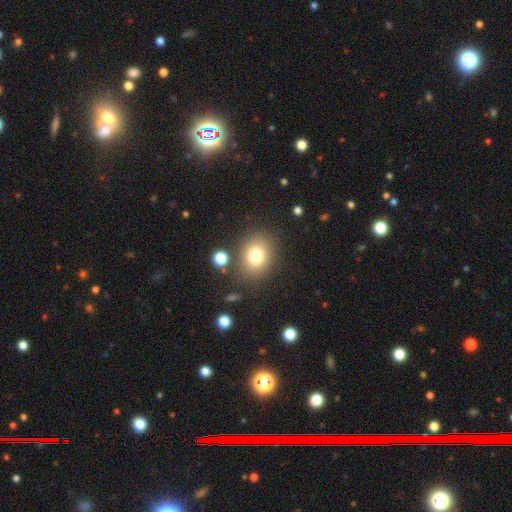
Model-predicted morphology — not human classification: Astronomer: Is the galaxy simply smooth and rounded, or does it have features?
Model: smooth — 77%.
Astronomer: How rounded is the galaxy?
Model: round — 60% (runner-up: in between, 40%).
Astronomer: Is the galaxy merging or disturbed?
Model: none — 80%.